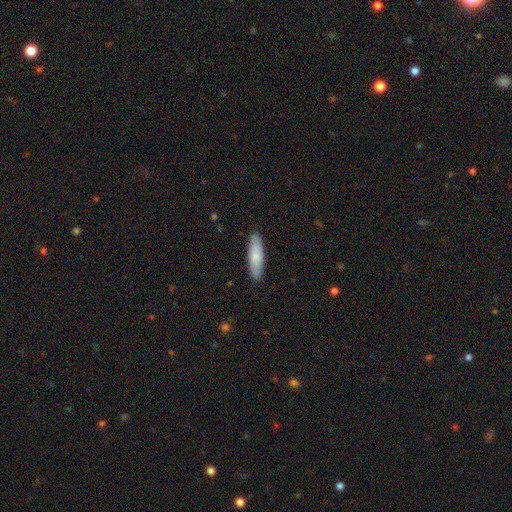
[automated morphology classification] Overall: smooth (77%). How rounded: cigar-shaped (60%; in between 38%). Merging: none (89%).